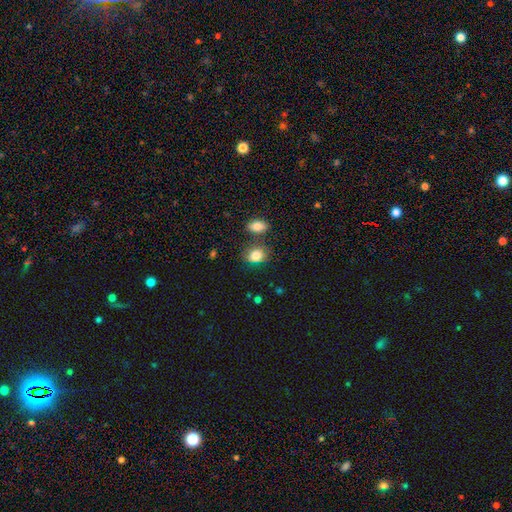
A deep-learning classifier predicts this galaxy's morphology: Smooth or featured? smooth (82%)
How rounded? in between (63%)
Merging? none (64%)